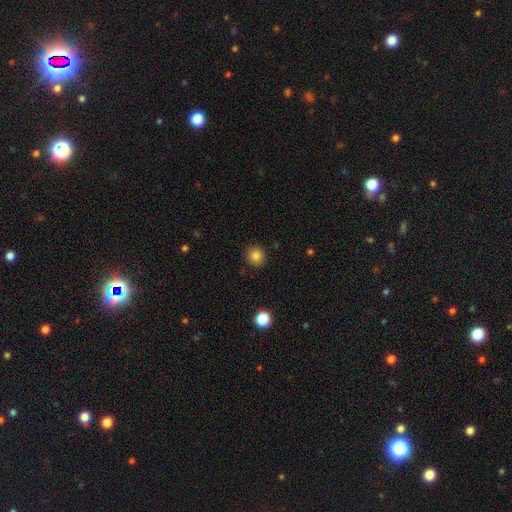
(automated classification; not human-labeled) smooth 83%, star or artifact 12%, featured or disk 5%. Down the decision tree: how rounded — round (91%); merging — none (91%).